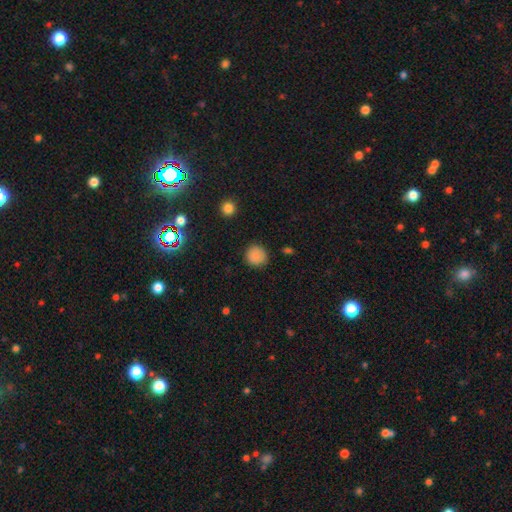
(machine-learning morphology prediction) A smooth galaxy with no disk features (86%) that is round (93%).

Vote fractions:
- Smooth or featured? smooth: 86% / star or artifact: 10% / featured or disk: 3%
- How rounded? round: 93% / in between: 6% / cigar-shaped: 1%
- Merging? none: 88% / minor disturbance: 9% / major disturbance: 3% / merger: 1%